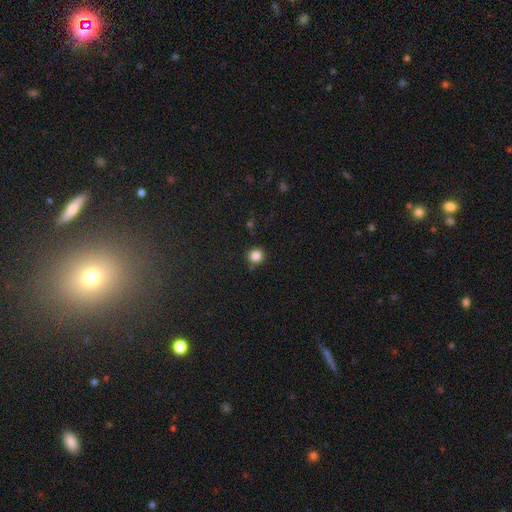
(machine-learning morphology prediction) This appears to be a smooth galaxy with no disk features (83%) that is round (94%). Merging: none (87%).